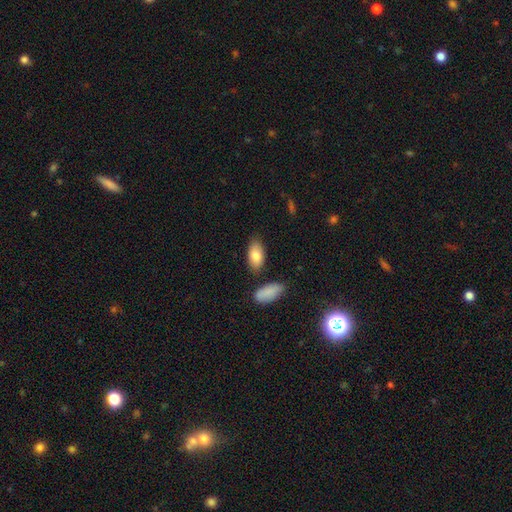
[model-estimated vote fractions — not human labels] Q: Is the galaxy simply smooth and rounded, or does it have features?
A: smooth — 81%.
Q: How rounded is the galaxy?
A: in between — 91%.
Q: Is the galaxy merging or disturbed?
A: none — 79%.